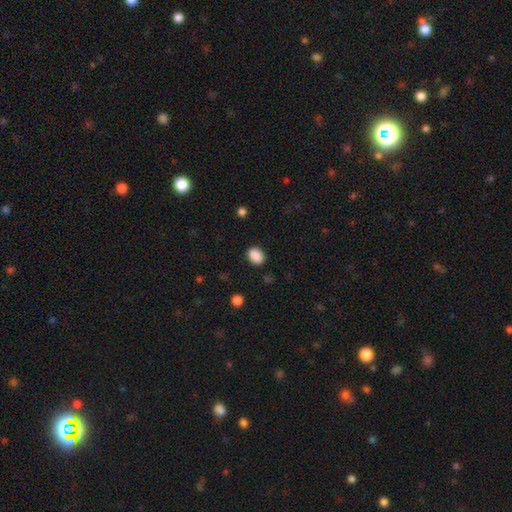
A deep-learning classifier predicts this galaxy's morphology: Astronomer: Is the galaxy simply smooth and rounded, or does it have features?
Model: smooth — 88%.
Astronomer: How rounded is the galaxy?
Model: in between — 76%.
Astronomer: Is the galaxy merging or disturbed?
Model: none — 84%.